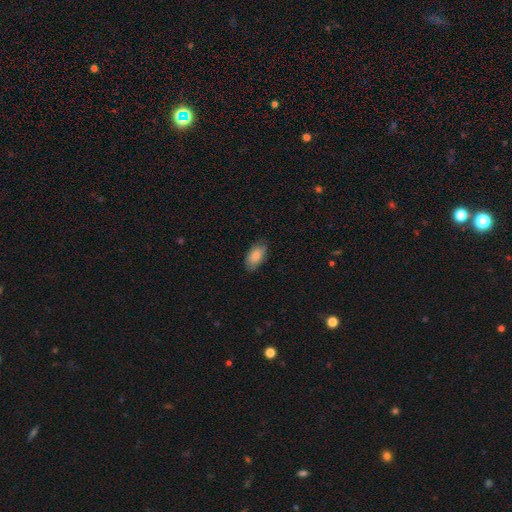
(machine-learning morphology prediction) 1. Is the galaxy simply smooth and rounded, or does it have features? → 82% smooth, 12% featured or disk, 7% star or artifact.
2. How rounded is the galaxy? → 93% in between, 4% round, 3% cigar-shaped.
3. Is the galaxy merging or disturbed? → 78% none, 18% minor disturbance, 3% major disturbance, 1% merger.